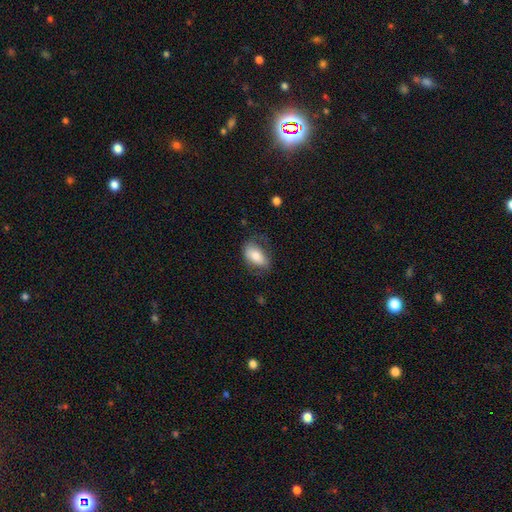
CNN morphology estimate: This appears to be a smooth galaxy with no disk features (69%) that is in between round and cigar-shaped (89%). Merging: none (62%).